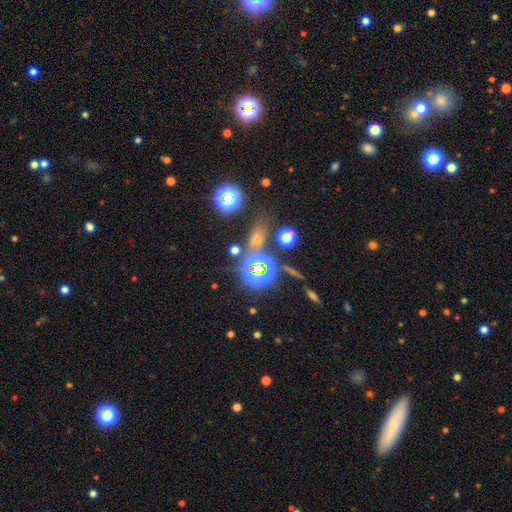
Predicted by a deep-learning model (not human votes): smooth-or-featured: star or artifact: 76% | smooth: 16% | featured or disk: 8%